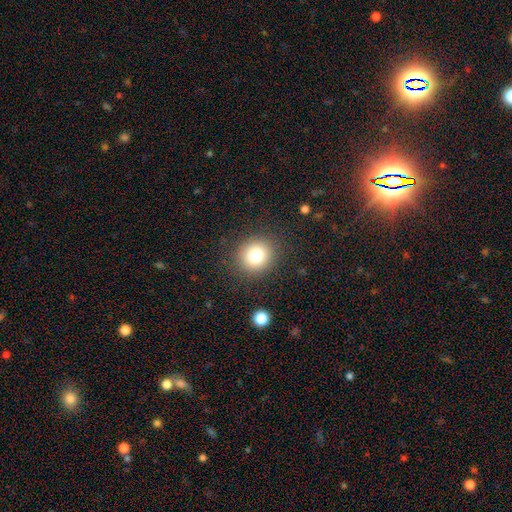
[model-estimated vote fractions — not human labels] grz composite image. It shows a smooth galaxy with no disk features (79%) that is round (84%). Merging: none (88%).